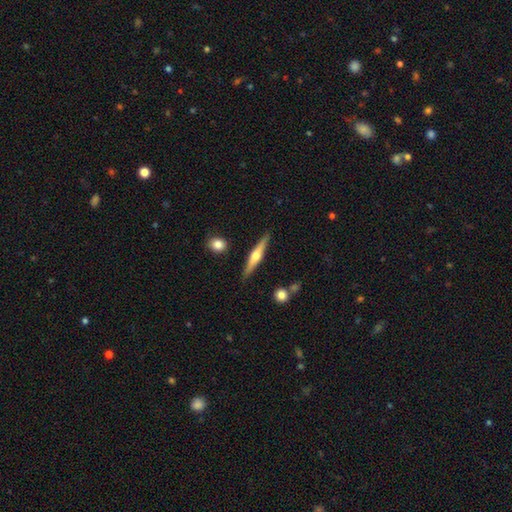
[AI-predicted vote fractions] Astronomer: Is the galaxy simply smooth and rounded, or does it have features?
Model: featured or disk — 61%.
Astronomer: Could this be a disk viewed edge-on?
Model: yes — 96%.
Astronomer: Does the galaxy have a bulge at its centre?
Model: rounded — 91%.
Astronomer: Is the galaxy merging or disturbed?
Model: none — 87%.